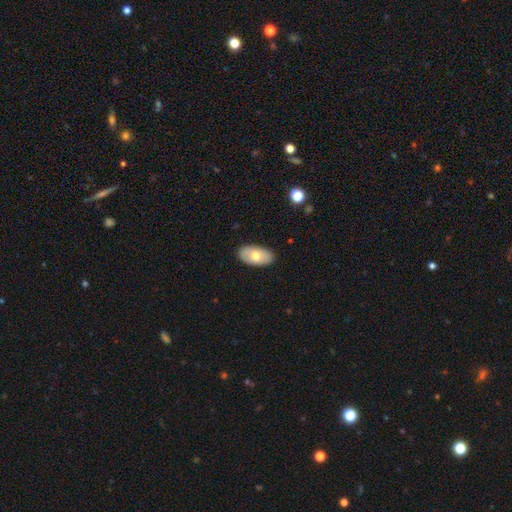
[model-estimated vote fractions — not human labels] Morphology: type=smooth (68%); roundness=in between (94%); merging=none (87%).